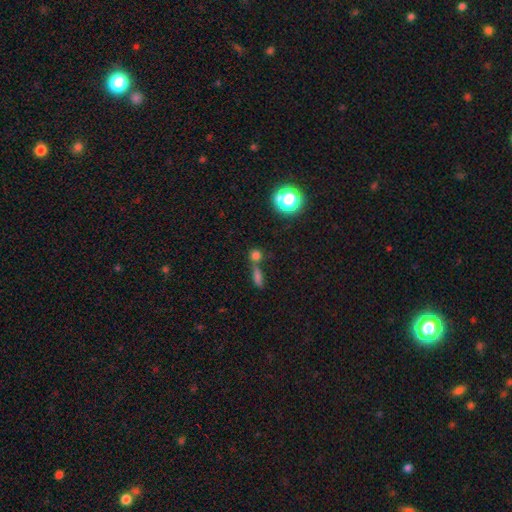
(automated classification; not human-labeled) Q: Smooth or featured?
A: smooth (71%); runner-up: star or artifact (20%)
Q: How rounded?
A: round (72%); runner-up: in between (20%)
Q: Merging?
A: none (49%); runner-up: merger (39%)